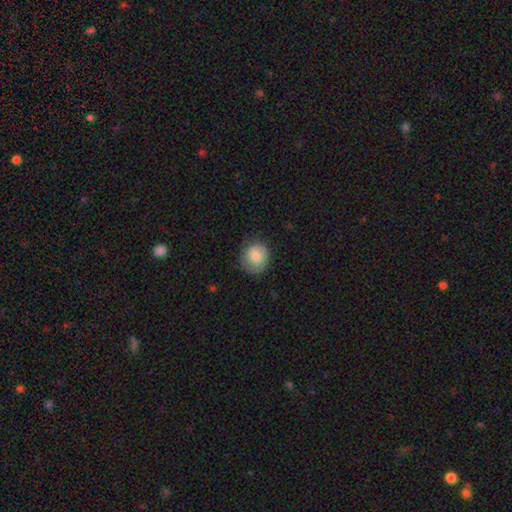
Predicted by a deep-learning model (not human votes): smooth 82%, featured or disk 11%, star or artifact 7%. Down the decision tree: how rounded — round (80%); merging — none (73%).